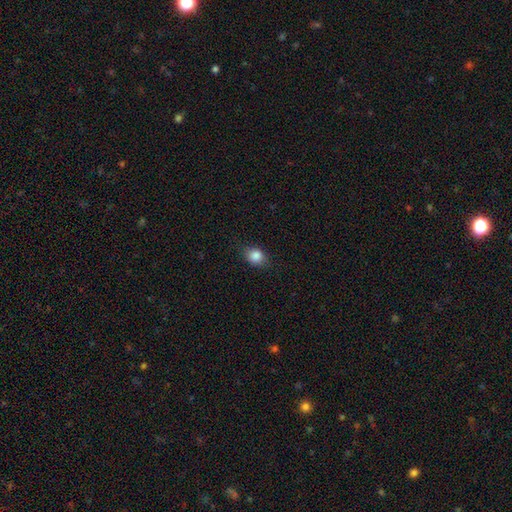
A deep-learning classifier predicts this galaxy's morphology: smooth_or_featured: smooth (p=0.85) [alt: star or artifact p=0.10]
how_rounded: in between (p=0.50) [alt: round p=0.49]
merging: none (p=0.81) [alt: minor disturbance p=0.15]